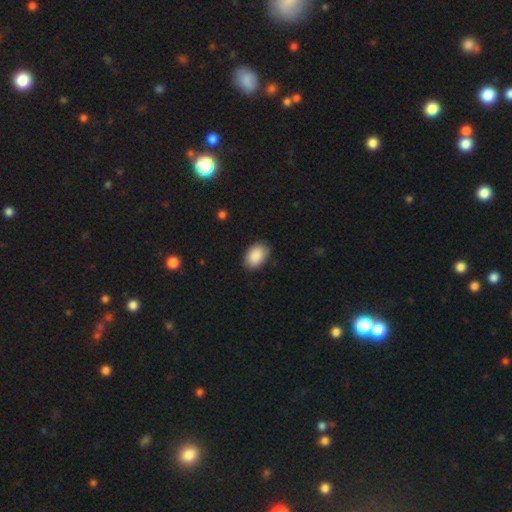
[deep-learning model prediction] This is clearly a smooth galaxy (90%). How rounded: clearly in between (87%). Merging: clearly none (85%).